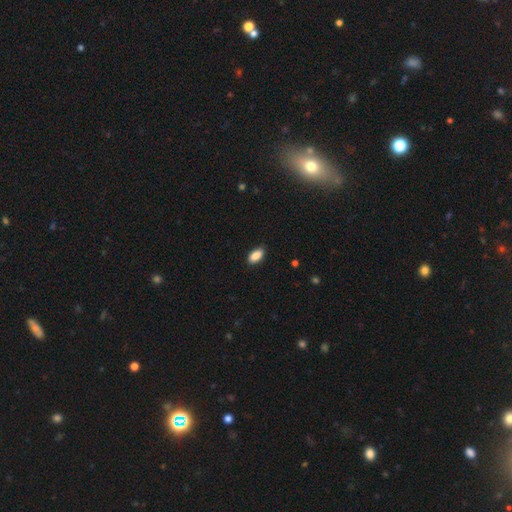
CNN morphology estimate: smooth 89%, star or artifact 7%, featured or disk 4%. Down the decision tree: how rounded — in between (93%); merging — none (88%).